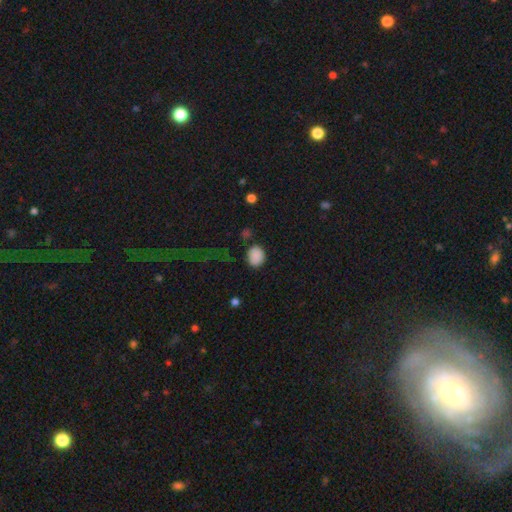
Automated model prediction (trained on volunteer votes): smooth-or-featured: smooth: 87% | star or artifact: 10% | featured or disk: 4%
  how-rounded: round: 54% | in between: 45% | cigar-shaped: 1%
  merging: none: 80% | minor disturbance: 13% | major disturbance: 4% | merger: 3%